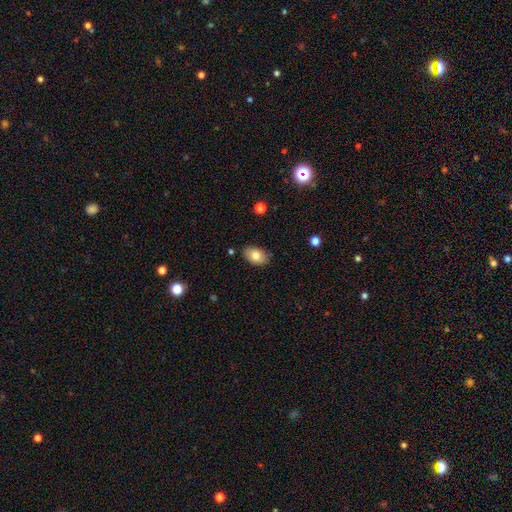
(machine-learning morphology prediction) Smooth or featured? Predicted: smooth (p=0.79). How rounded? Predicted: in between (p=0.87). Merging? Predicted: none (p=0.85).